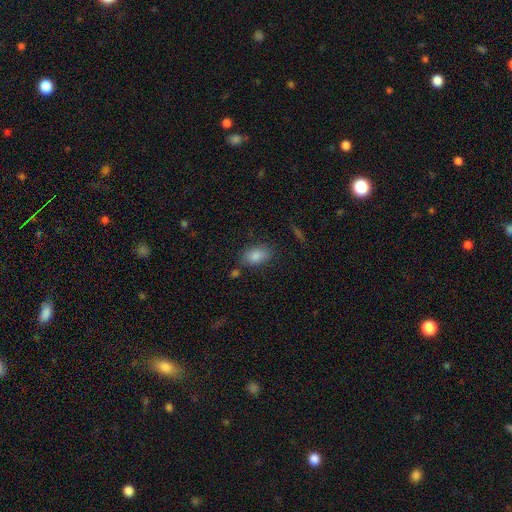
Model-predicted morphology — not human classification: Smooth or featured: smooth — 83% (star or artifact — 10%)
How rounded: in between — 88% (round — 10%)
Merging: none — 79% (minor disturbance — 13%)